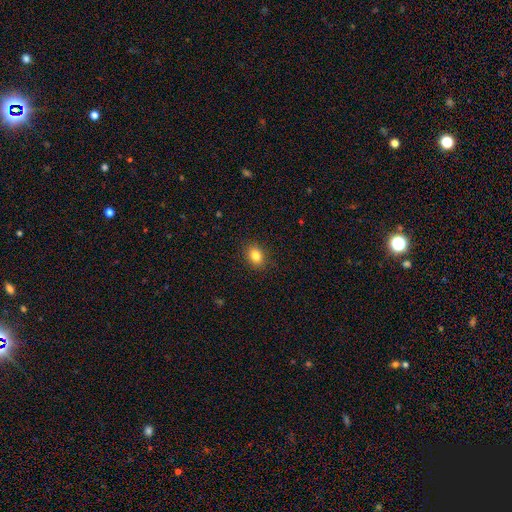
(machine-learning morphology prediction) Smooth or featured? Predicted: smooth (p=0.83). How rounded? Predicted: in between (p=0.64). Merging? Predicted: none (p=0.89).